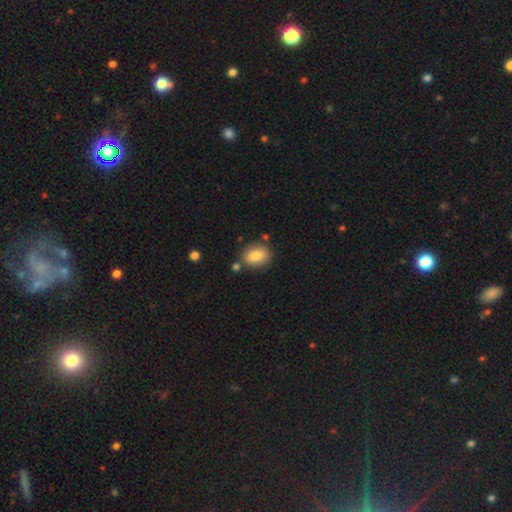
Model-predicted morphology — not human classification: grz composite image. It shows a smooth galaxy with no disk features (83%) that is in between round and cigar-shaped (72%). Merging: none (76%).